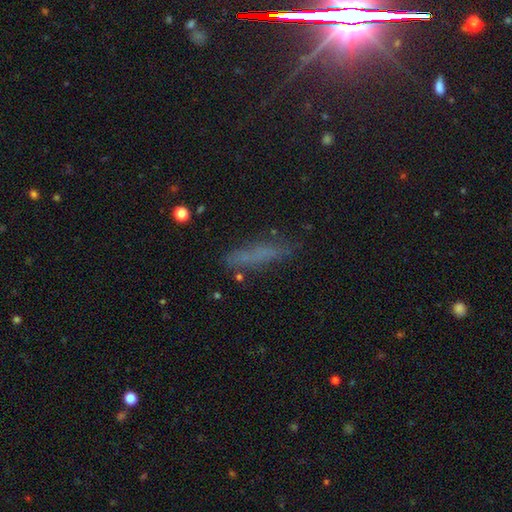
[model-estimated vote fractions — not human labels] Smooth or featured?
  - smooth: 47% *
  - featured or disk: 27%
  - star or artifact: 26%
Merging?
  - none: 75% *
  - minor disturbance: 16%
  - major disturbance: 6%
  - merger: 3%